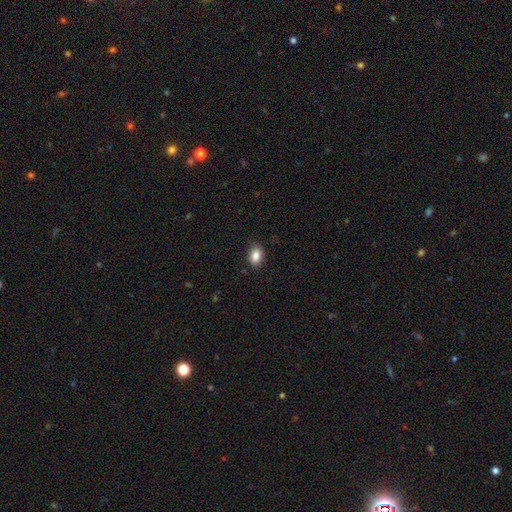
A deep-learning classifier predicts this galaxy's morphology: Smooth or featured: smooth — 87% (star or artifact — 9%)
How rounded: in between — 78% (round — 21%)
Merging: none — 84% (minor disturbance — 12%)